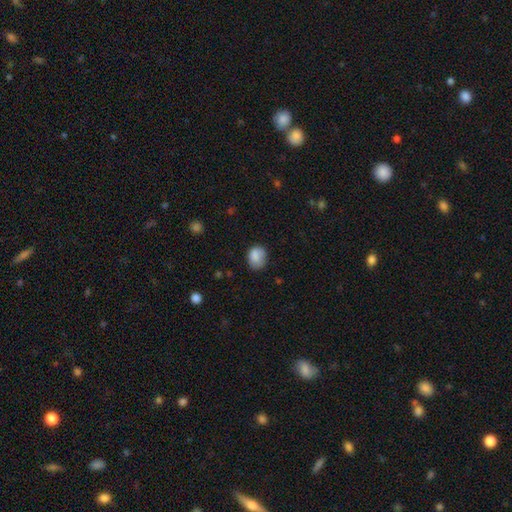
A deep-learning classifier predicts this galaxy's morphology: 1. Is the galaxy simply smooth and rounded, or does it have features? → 85% smooth, 9% star or artifact, 7% featured or disk.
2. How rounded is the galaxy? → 50% in between, 49% round, 1% cigar-shaped.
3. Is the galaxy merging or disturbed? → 64% none, 27% minor disturbance, 7% major disturbance, 2% merger.